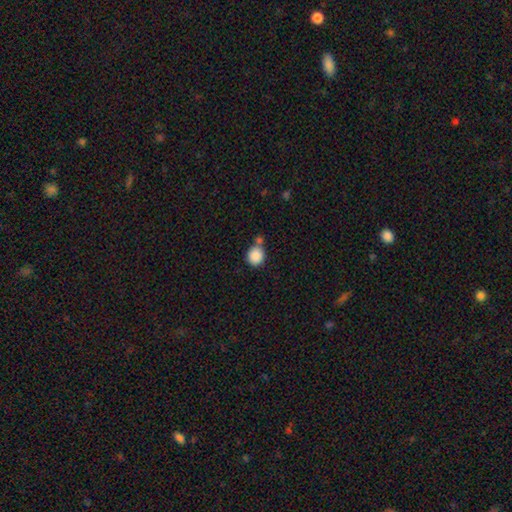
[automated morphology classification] Overall: smooth (88%). How rounded: round (83%). Merging: none (58%; merger 26%).